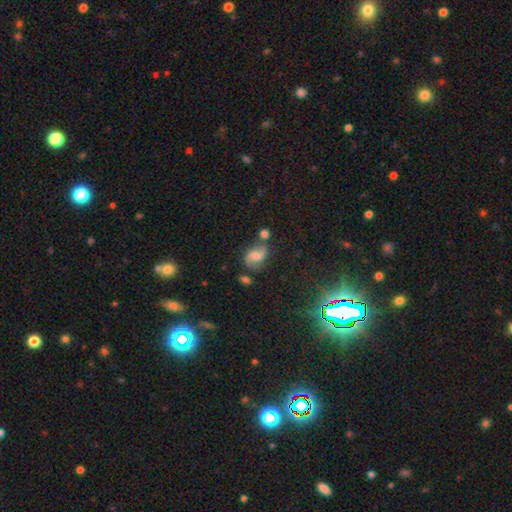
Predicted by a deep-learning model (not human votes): A featured or disk galaxy (67%) with no bar (44%, tied with weak), 2 (91%) loose (51%) spiral arms (92%) and a moderate central bulge (41%). Merging: none (57%).